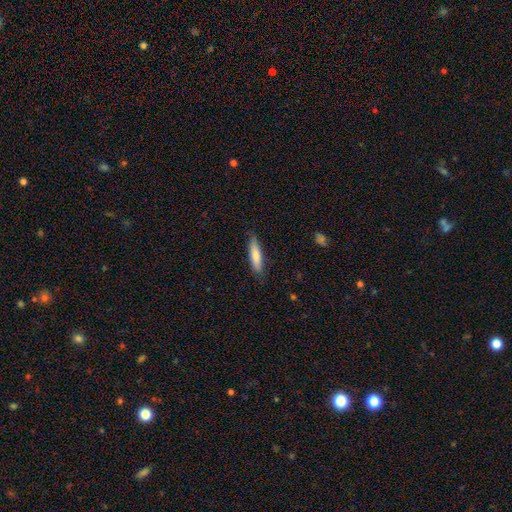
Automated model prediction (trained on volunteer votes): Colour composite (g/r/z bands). It shows a smooth galaxy with no disk features (77%) that is cigar-shaped (74%). Merging: none (82%).